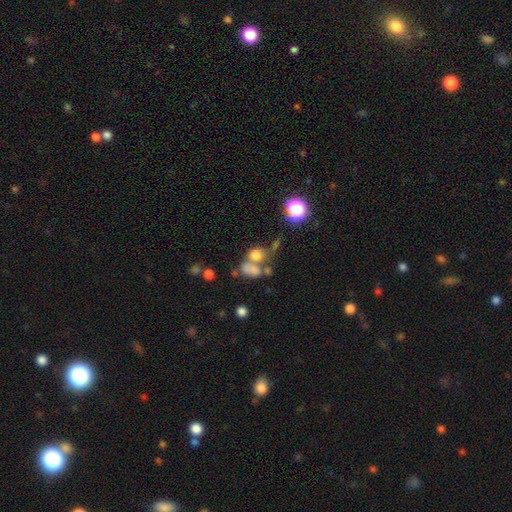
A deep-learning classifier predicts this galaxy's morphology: Smooth or featured?
  - smooth: 69% *
  - star or artifact: 17%
  - featured or disk: 14%
How rounded?
  - in between: 51% *
  - round: 47%
  - cigar-shaped: 2%
Merging?
  - merger: 48% *
  - none: 31%
  - minor disturbance: 11%
  - major disturbance: 10%